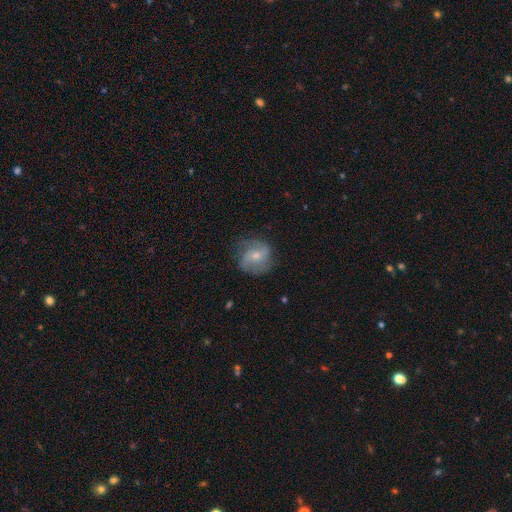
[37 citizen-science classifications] Q: Smooth or featured?
A: featured or disk (73%); runner-up: smooth (22%)
Q: Edge-on disk?
A: no (96%); runner-up: yes (4%)
Q: Bar?
A: no (69%); runner-up: weak (31%)
Q: Spiral arms?
A: yes (85%); runner-up: no (15%)
Q: Spiral winding?
A: medium (41%); runner-up: loose (36%)
Q: Spiral arm count?
A: 2 (77%); runner-up: can't tell (23%)
Q: Bulge size?
A: small (65%); runner-up: moderate (35%)
Q: Merging?
A: none (77%); runner-up: minor disturbance (11%)